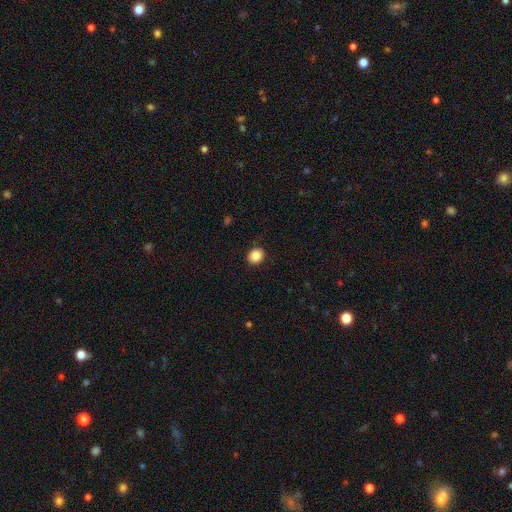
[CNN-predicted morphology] smooth-or-featured: smooth: 88% | star or artifact: 9% | featured or disk: 3%
  how-rounded: round: 76% | in between: 23% | cigar-shaped: 1%
  merging: none: 89% | minor disturbance: 8% | major disturbance: 2% | merger: 1%